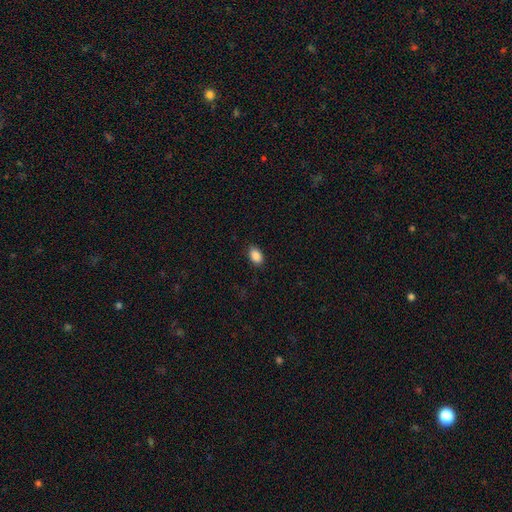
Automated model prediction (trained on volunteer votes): smooth 88%, star or artifact 8%, featured or disk 4%. Down the decision tree: how rounded — in between (88%); merging — none (87%).